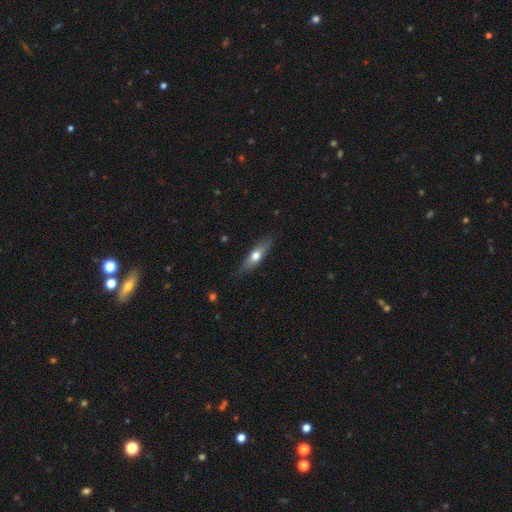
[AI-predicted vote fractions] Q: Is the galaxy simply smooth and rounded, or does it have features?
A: smooth — 55%.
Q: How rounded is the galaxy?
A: cigar-shaped — 60%.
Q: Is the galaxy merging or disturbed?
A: none — 83%.